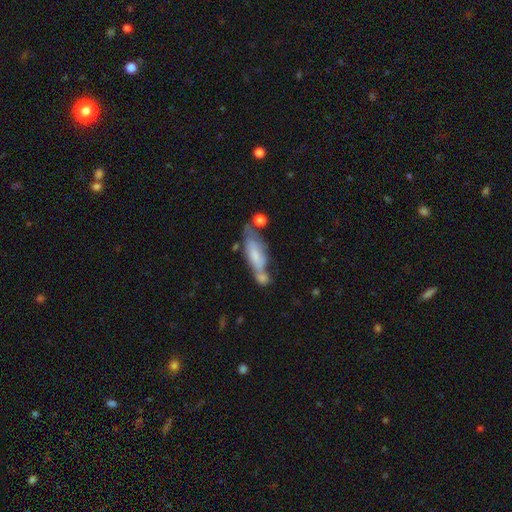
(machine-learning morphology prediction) Smooth or featured: smooth — 57% (featured or disk — 36%)
How rounded: in between — 50% (cigar-shaped — 48%)
Merging: merger — 41% (none — 30%)